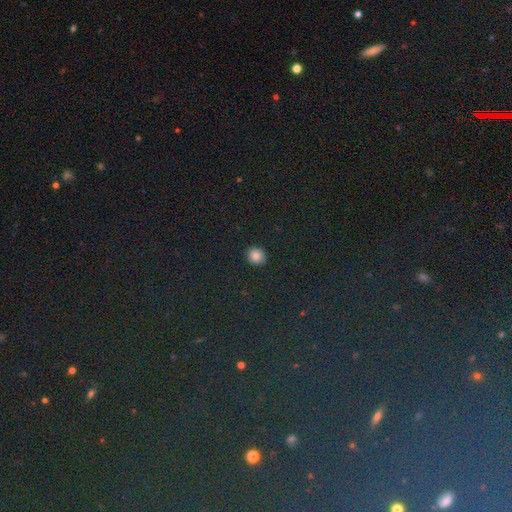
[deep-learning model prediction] A smooth galaxy with no disk features (84%) that is round (81%). Merging: none (91%).